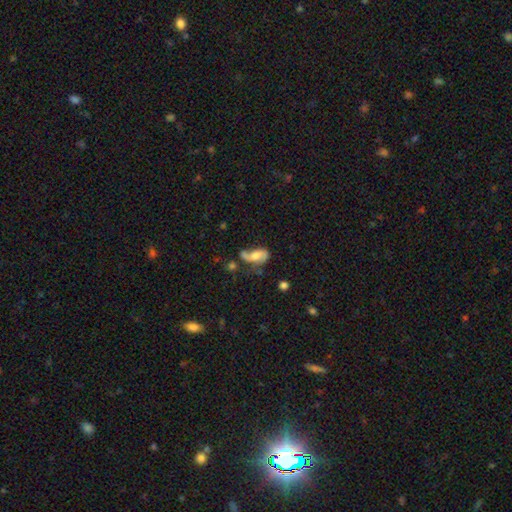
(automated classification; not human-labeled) Overall: featured or disk (53%; smooth 38%). Edge-on disk: no (93%). Merging: none (39%; minor disturbance 26%).